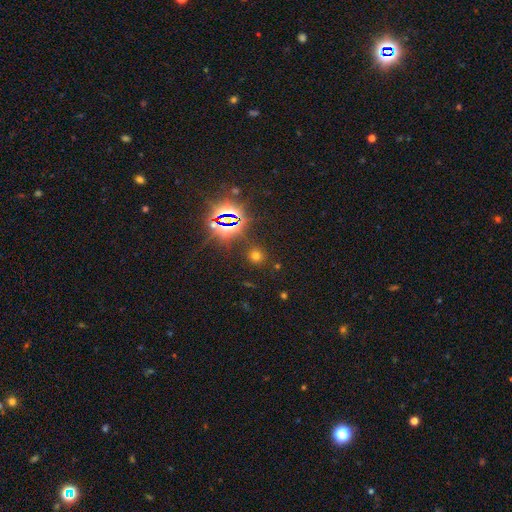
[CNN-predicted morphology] type=smooth (56%); roundness=round (88%); merging=none (85%).